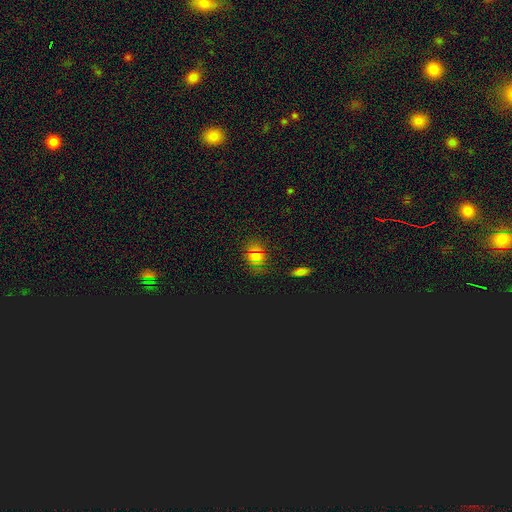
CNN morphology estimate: Smooth or featured: smooth — 54% (star or artifact — 39%)
How rounded: round — 61% (in between — 36%)
Merging: none — 82% (minor disturbance — 11%)